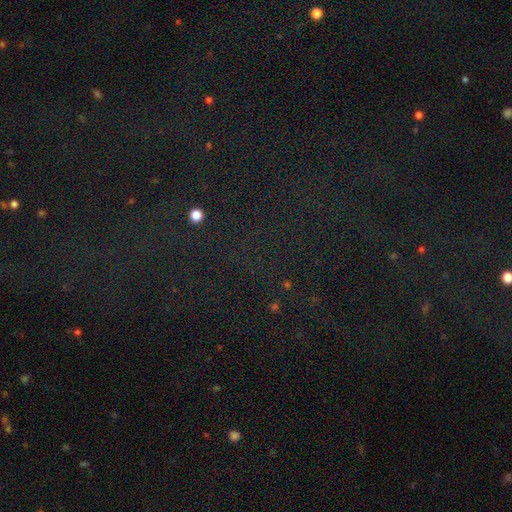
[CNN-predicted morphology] Smooth or featured: star or artifact — 81% (smooth — 12%)